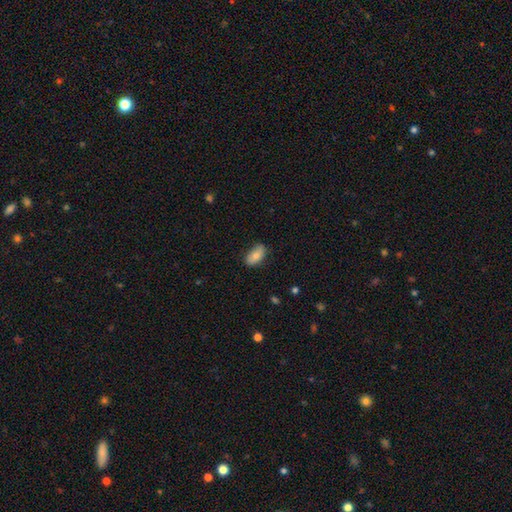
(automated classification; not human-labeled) Q: Smooth or featured?
A: smooth (78%); runner-up: featured or disk (15%)
Q: How rounded?
A: in between (93%); runner-up: round (4%)
Q: Merging?
A: none (75%); runner-up: minor disturbance (20%)